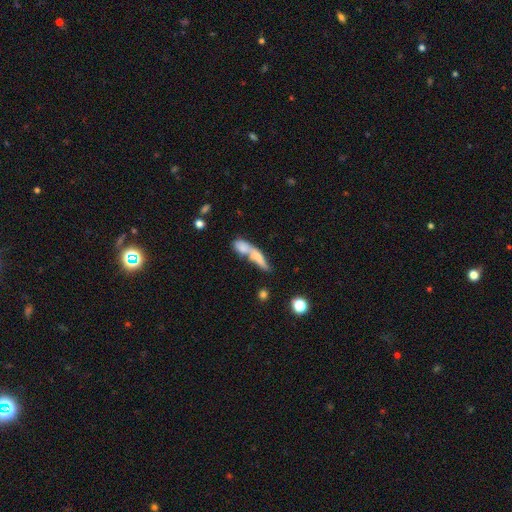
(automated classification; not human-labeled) This appears to be a smooth galaxy with no disk features (59%) that is cigar-shaped (62%). Merging: merger (61%).